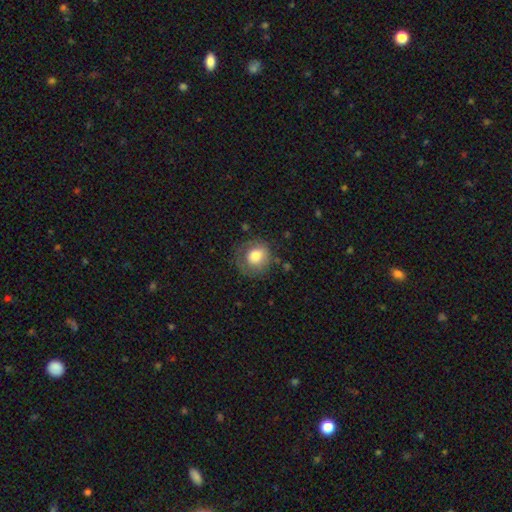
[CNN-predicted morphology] Smooth or featured? smooth (75%)
How rounded? round (83%)
Merging? none (65%)